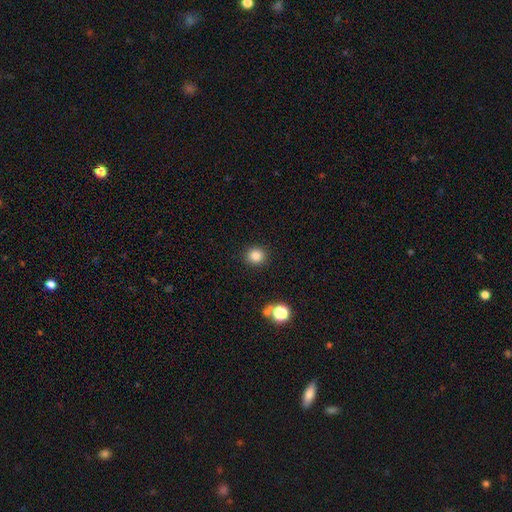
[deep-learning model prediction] A smooth galaxy with no disk features (84%) that is round (87%).

Vote fractions:
- Smooth or featured? smooth: 84% / star or artifact: 12% / featured or disk: 4%
- How rounded? round: 87% / in between: 12% / cigar-shaped: 1%
- Merging? none: 90% / minor disturbance: 6% / major disturbance: 2% / merger: 2%